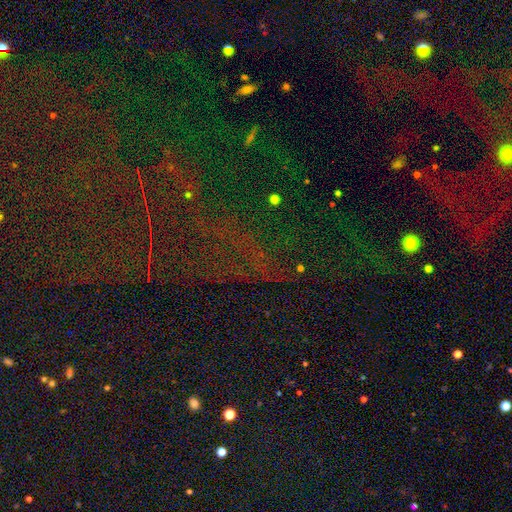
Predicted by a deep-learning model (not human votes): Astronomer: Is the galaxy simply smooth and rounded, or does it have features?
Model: star or artifact — 80%.